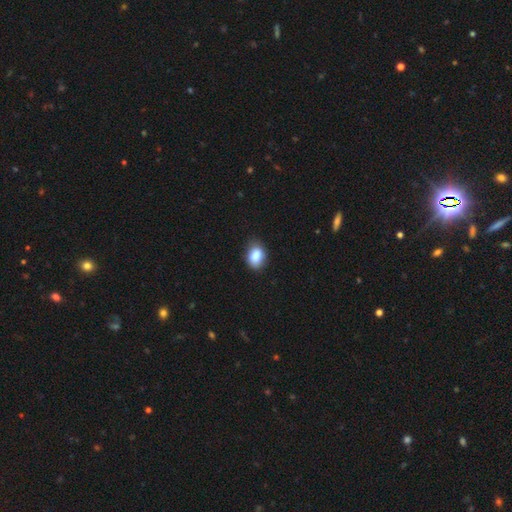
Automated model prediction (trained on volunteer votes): Overall: smooth (85%). How rounded: in between (79%). Merging: none (76%).